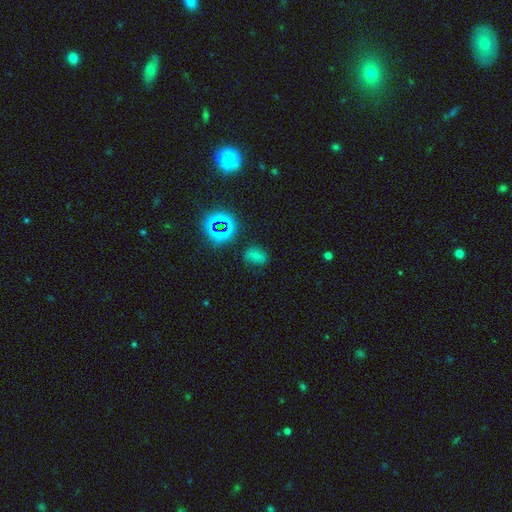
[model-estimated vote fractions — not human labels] Smooth or featured: smooth — 54% (star or artifact — 33%)
How rounded: in between — 66% (round — 32%)
Merging: none — 69% (minor disturbance — 21%)